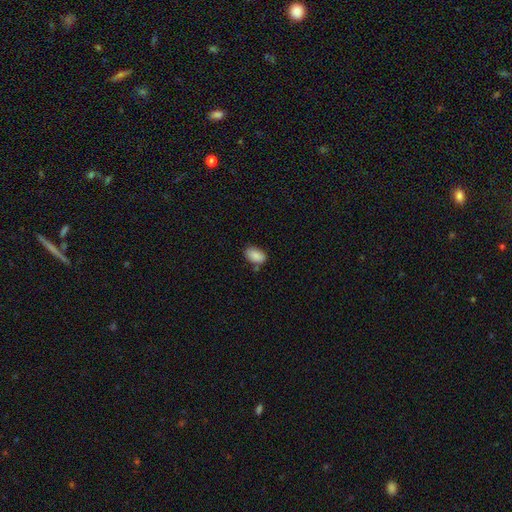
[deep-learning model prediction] smooth-or-featured: smooth: 88% | star or artifact: 7% | featured or disk: 5%
  how-rounded: in between: 92% | round: 7% | cigar-shaped: 1%
  merging: none: 75% | minor disturbance: 15% | merger: 6% | major disturbance: 3%